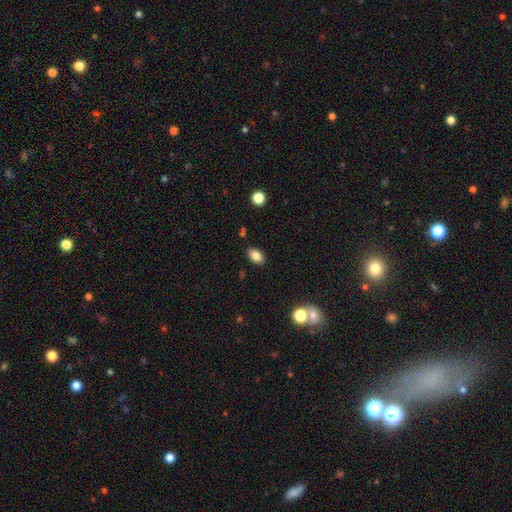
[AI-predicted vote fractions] Overall: smooth (83%). How rounded: in between (87%). Merging: none (85%).